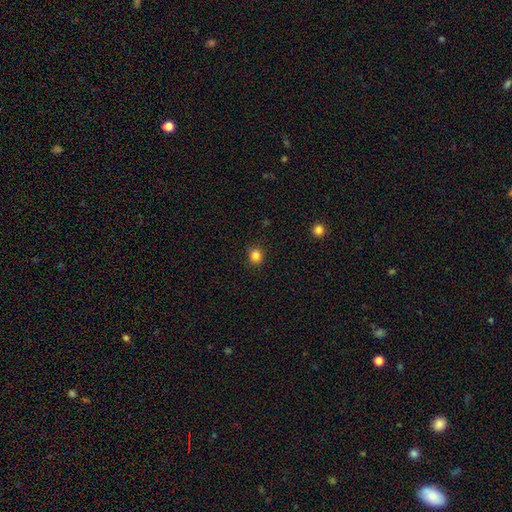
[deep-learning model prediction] smooth-or-featured: smooth: 83% | star or artifact: 13% | featured or disk: 4%
  how-rounded: round: 81% | in between: 18% | cigar-shaped: 1%
  merging: none: 87% | minor disturbance: 9% | major disturbance: 2% | merger: 2%